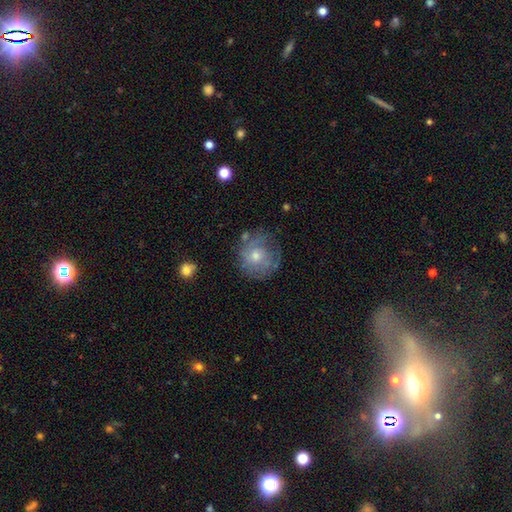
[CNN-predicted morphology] Overall: featured or disk (46%; smooth 44%). Merging: none (67%).